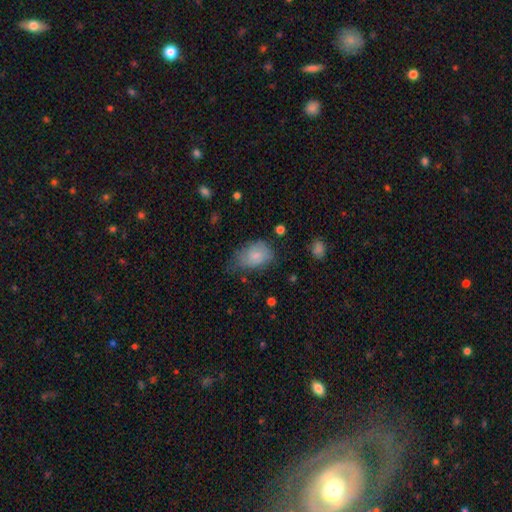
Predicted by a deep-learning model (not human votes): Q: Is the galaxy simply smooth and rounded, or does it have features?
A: smooth — 76%.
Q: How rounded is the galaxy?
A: in between — 78%.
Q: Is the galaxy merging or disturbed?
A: none — 43%.